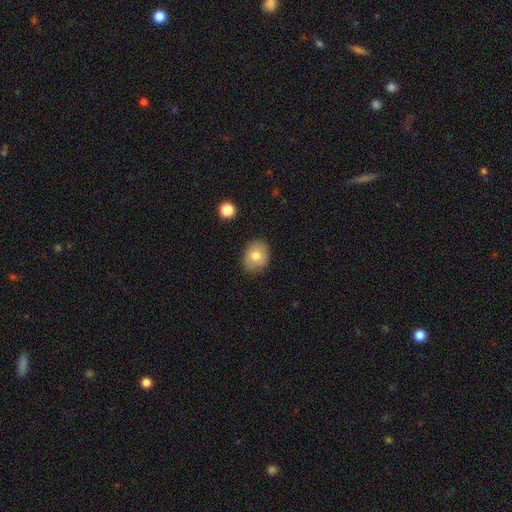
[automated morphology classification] Smooth or featured?
  - smooth: 77% *
  - featured or disk: 14%
  - star or artifact: 9%
How rounded?
  - in between: 51% *
  - round: 48%
  - cigar-shaped: 1%
Merging?
  - none: 84% *
  - minor disturbance: 12%
  - major disturbance: 3%
  - merger: 2%